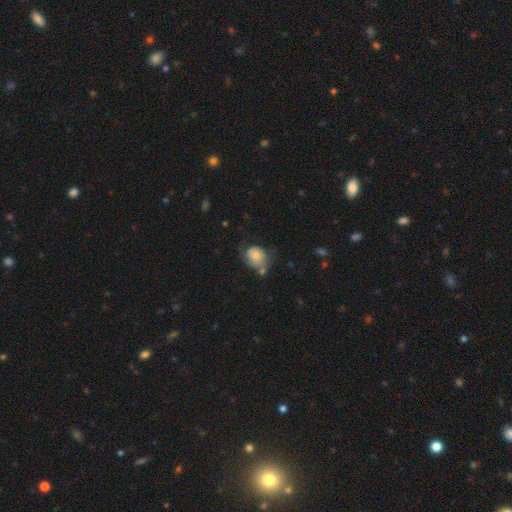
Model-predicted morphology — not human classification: This is likely a smooth galaxy (63%). How rounded: possibly round (59%). Merging: marginally none (43%).